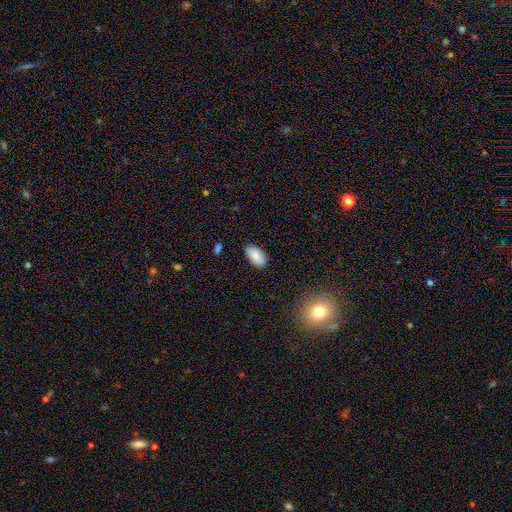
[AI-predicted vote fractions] Morphology: type=smooth (87%); roundness=in between (95%); merging=none (85%).